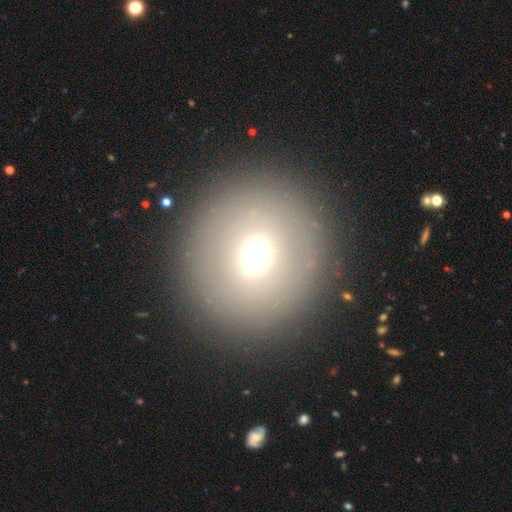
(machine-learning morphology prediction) smooth-or-featured: smooth: 65% | star or artifact: 19% | featured or disk: 17%
  how-rounded: round: 92% | in between: 7% | cigar-shaped: 1%
  merging: none: 89% | minor disturbance: 6% | major disturbance: 3% | merger: 2%